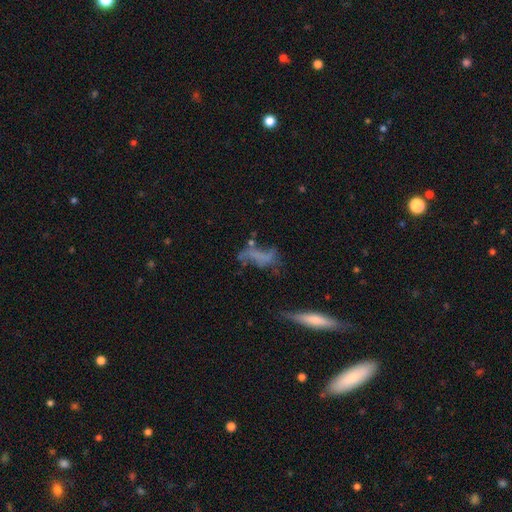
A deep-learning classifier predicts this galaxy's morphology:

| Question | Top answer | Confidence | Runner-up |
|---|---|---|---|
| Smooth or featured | featured or disk | 43% | smooth (39%) |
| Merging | none | 38% | major disturbance (29%) |